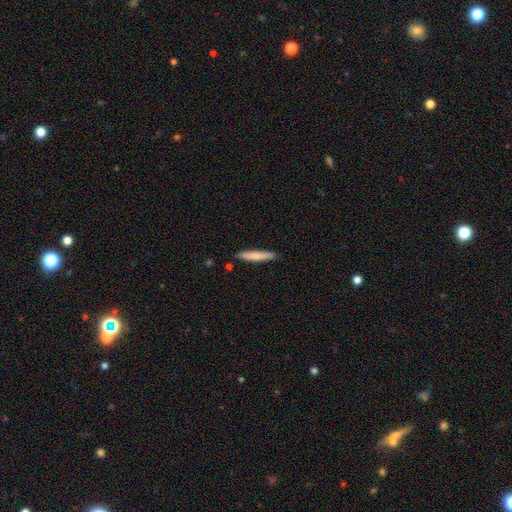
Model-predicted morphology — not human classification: Smooth or featured? smooth (74%)
How rounded? cigar-shaped (92%)
Merging? none (89%)